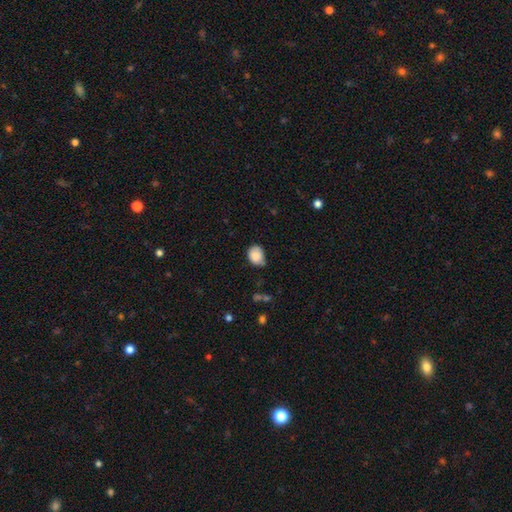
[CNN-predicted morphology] This appears to be a smooth galaxy with no disk features (85%) that is in between round and cigar-shaped (56%). Merging: none (57%).